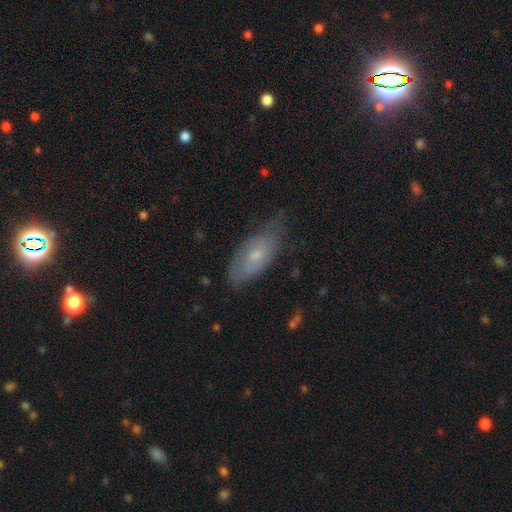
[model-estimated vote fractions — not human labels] Smooth or featured? smooth (54%)
How rounded? in between (80%)
Merging? none (59%)